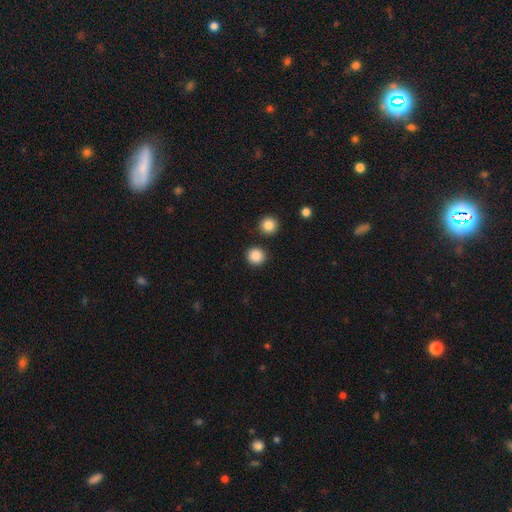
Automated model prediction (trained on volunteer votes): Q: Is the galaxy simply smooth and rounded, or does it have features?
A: smooth — 87%.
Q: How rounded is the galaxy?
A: round — 94%.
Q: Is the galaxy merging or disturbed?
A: none — 89%.